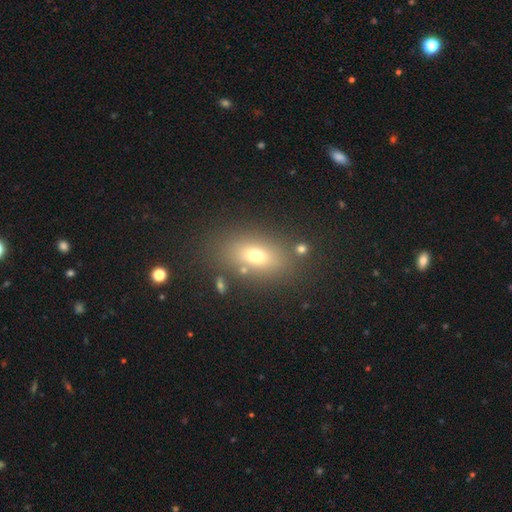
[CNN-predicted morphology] The model was most divided on "smooth or featured": smooth: 68%, featured or disk: 18%, star or artifact: 15%. More confident: how rounded — in between (78%); merging — none (77%).